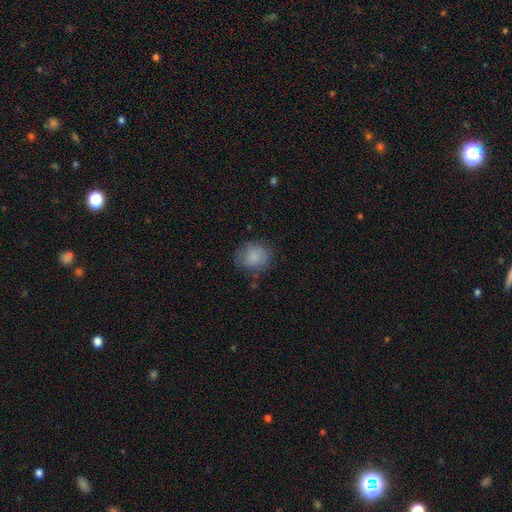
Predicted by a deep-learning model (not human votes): A smooth galaxy with no disk features (79%) that is round (73%). Merging: none (65%).